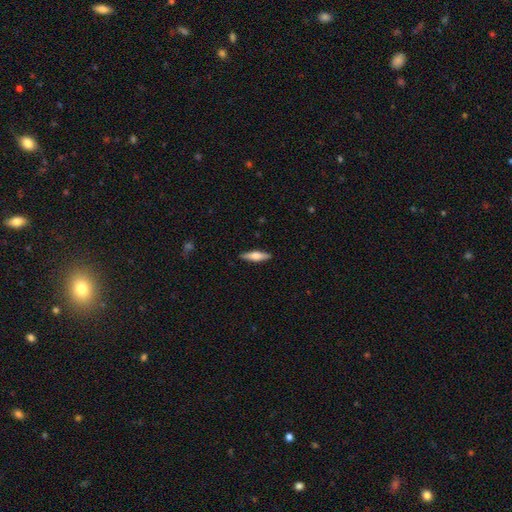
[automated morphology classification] This appears to be a smooth galaxy with no disk features (50%). Merging: none (90%).